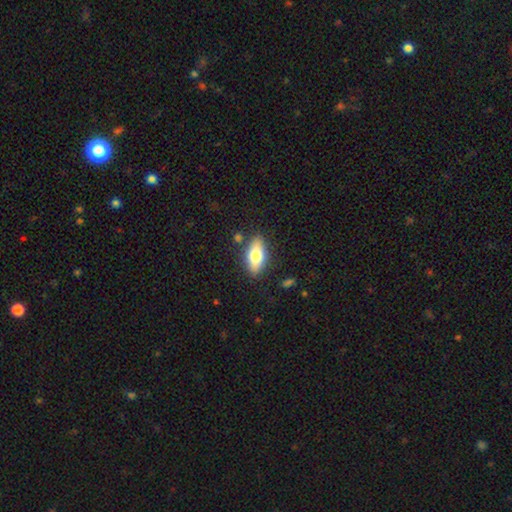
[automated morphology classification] type=smooth (69%); roundness=in between (82%); merging=none (82%).